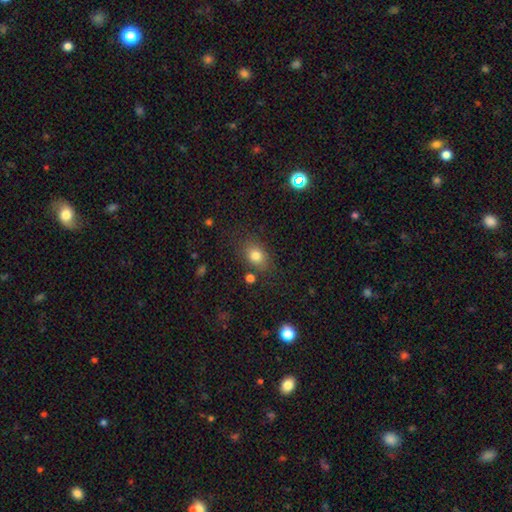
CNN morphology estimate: A smooth galaxy with no disk features (78%) that is in between round and cigar-shaped (65%). Merging: none (77%).